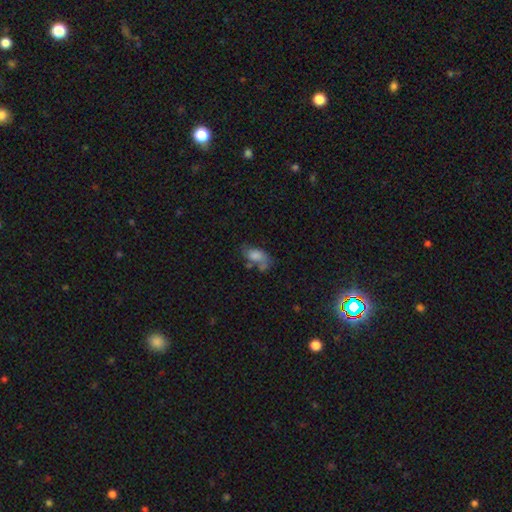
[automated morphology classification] Smooth or featured: smooth — 56% (featured or disk — 28%)
How rounded: in between — 86% (round — 8%)
Merging: none — 41% (minor disturbance — 25%)